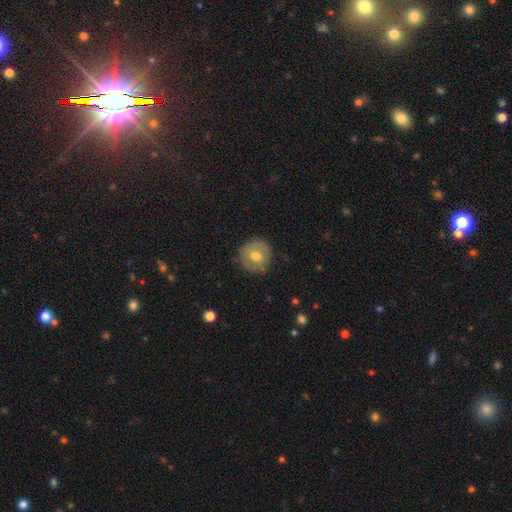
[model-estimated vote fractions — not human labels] Smooth or featured?
  - smooth: 56% *
  - featured or disk: 37%
  - star or artifact: 7%
How rounded?
  - round: 91% *
  - in between: 8%
  - cigar-shaped: 1%
Merging?
  - none: 80% *
  - minor disturbance: 15%
  - major disturbance: 4%
  - merger: 1%